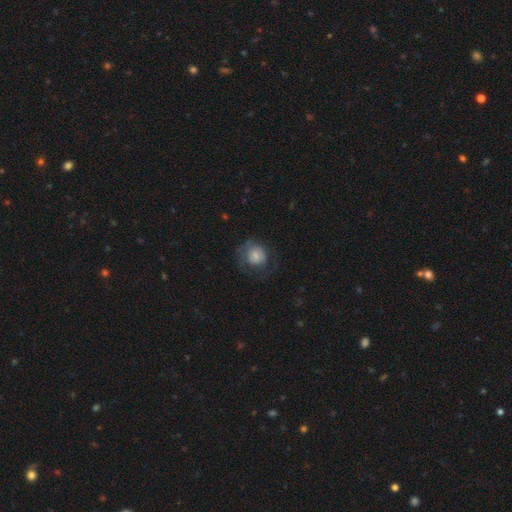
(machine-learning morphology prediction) A smooth galaxy with no disk features (62%) that is round (82%).

Vote fractions:
- Smooth or featured? smooth: 62% / featured or disk: 30% / star or artifact: 8%
- How rounded? round: 82% / in between: 17% / cigar-shaped: 1%
- Merging? none: 52% / major disturbance: 26% / minor disturbance: 21% / merger: 1%